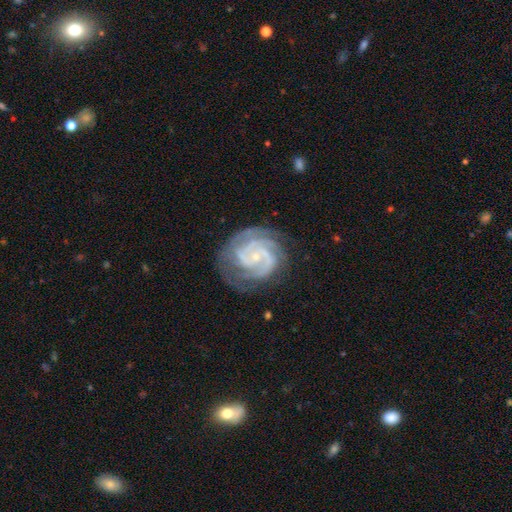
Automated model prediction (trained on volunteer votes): Morphology: type=featured or disk (91%); edge-on=no (98%); bar=no (64%); spiral arms=yes (98%); winding=tight (68%); arm count=3 (34%); bulge=small (84%); merging=none (74%).